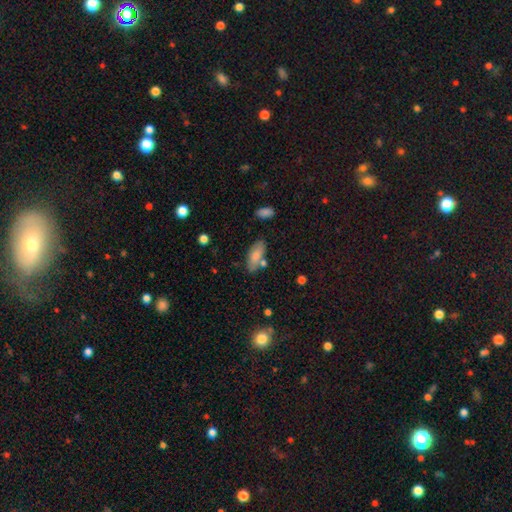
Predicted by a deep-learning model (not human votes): Smooth or featured?
  - smooth: 78% *
  - featured or disk: 15%
  - star or artifact: 7%
How rounded?
  - in between: 85% *
  - cigar-shaped: 13%
  - round: 2%
Merging?
  - none: 72% *
  - minor disturbance: 14%
  - merger: 10%
  - major disturbance: 3%